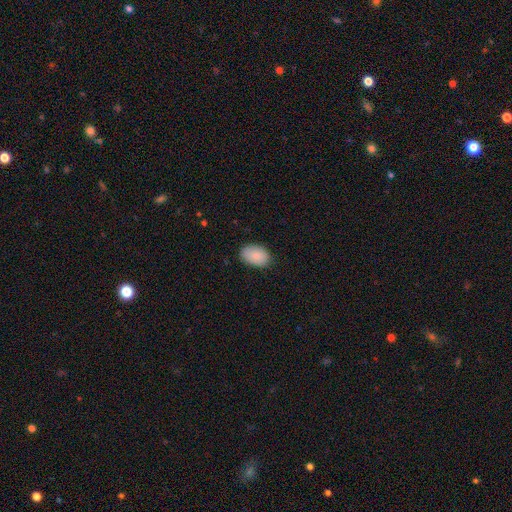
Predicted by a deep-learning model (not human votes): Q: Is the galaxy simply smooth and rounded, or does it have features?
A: smooth — 87%.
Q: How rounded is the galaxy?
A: in between — 88%.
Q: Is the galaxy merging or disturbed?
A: none — 84%.